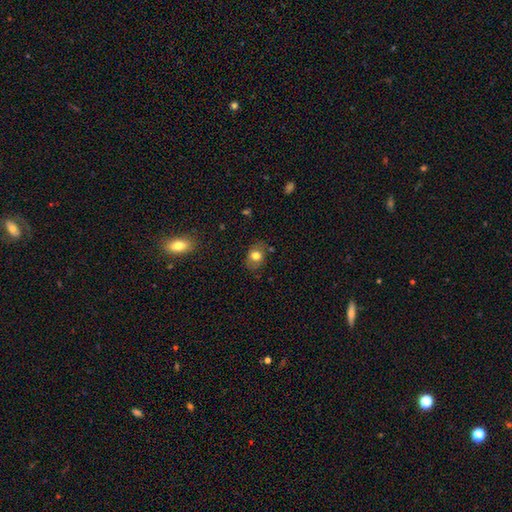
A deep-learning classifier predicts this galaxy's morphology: smooth_or_featured: smooth (p=0.75) [alt: featured or disk p=0.15]
how_rounded: in between (p=0.60) [alt: round p=0.39]
merging: none (p=0.76) [alt: minor disturbance p=0.17]